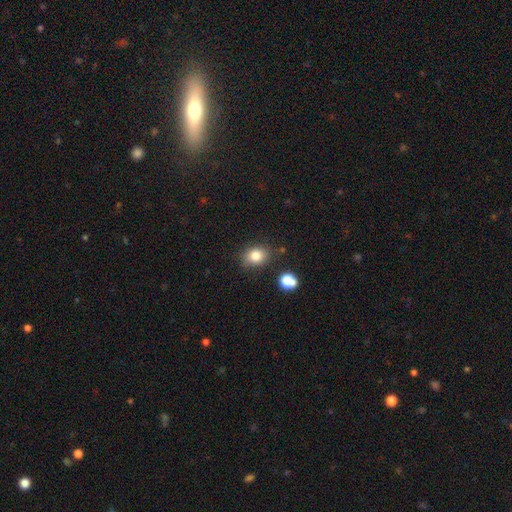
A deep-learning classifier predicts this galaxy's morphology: Overall: smooth (81%). How rounded: in between (53%; round 46%). Merging: none (79%).